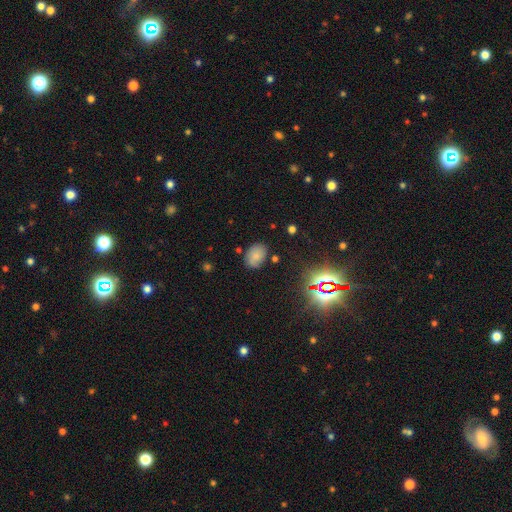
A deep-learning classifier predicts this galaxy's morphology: Smooth or featured: smooth — 73% (star or artifact — 15%)
How rounded: in between — 76% (round — 23%)
Merging: none — 78% (minor disturbance — 15%)